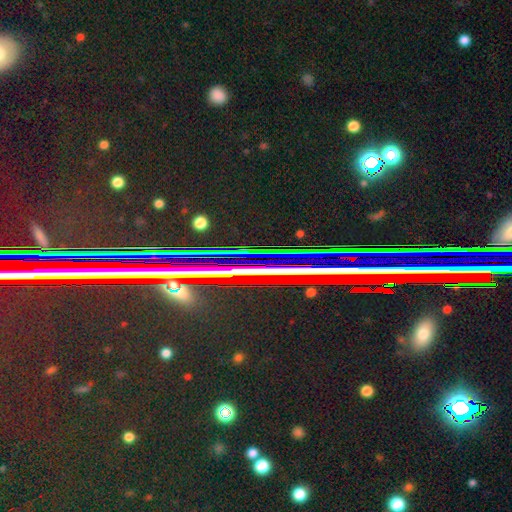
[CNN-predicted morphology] Smooth or featured? star or artifact (83%)